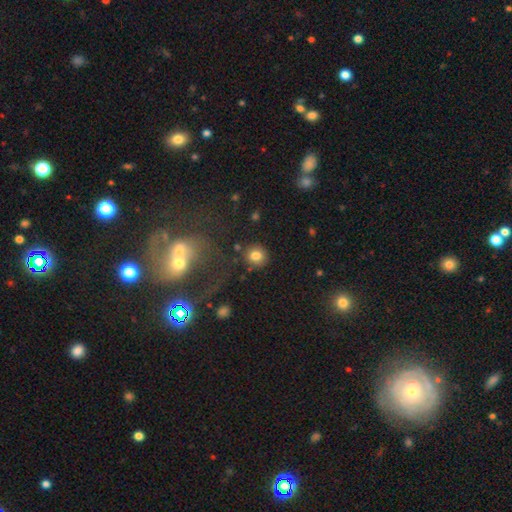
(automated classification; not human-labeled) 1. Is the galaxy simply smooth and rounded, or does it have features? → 81% smooth, 12% star or artifact, 8% featured or disk.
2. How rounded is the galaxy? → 89% round, 10% in between, 1% cigar-shaped.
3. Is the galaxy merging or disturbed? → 85% none, 8% minor disturbance, 4% merger, 3% major disturbance.